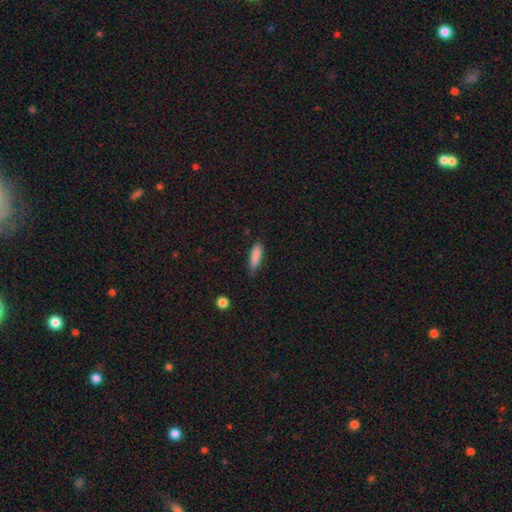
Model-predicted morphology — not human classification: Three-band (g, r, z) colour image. It shows a smooth galaxy with no disk features (85%) that is cigar-shaped (55%). Merging: none (72%).